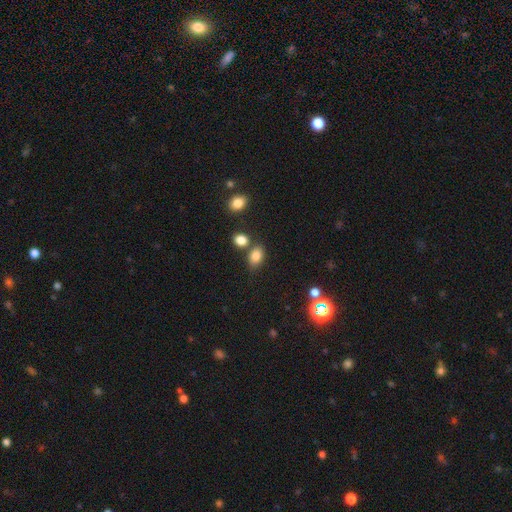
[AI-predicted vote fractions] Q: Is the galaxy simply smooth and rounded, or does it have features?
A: smooth — 83%.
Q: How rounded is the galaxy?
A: in between — 79%.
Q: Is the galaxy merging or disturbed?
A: none — 65%.